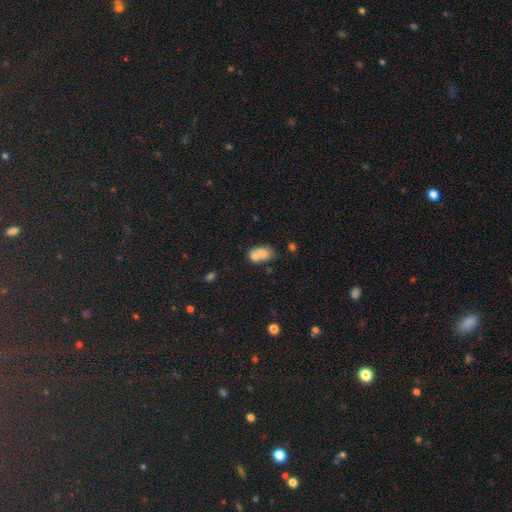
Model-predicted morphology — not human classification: smooth 70%, featured or disk 21%, star or artifact 10%. Down the decision tree: how rounded — in between (67%); merging — merger (65%).